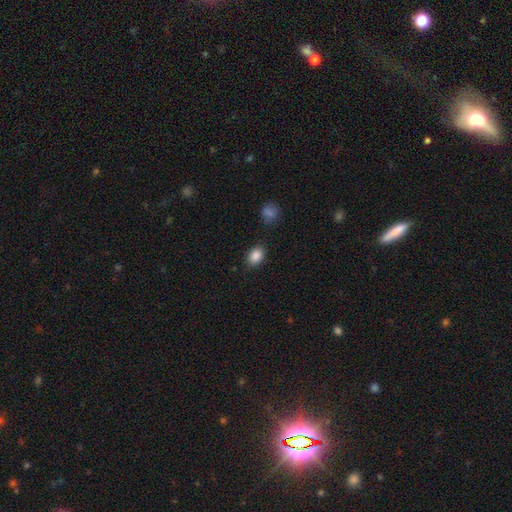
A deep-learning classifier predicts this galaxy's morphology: Q: Smooth or featured?
A: smooth (87%); runner-up: star or artifact (9%)
Q: How rounded?
A: in between (72%); runner-up: round (26%)
Q: Merging?
A: none (79%); runner-up: minor disturbance (14%)